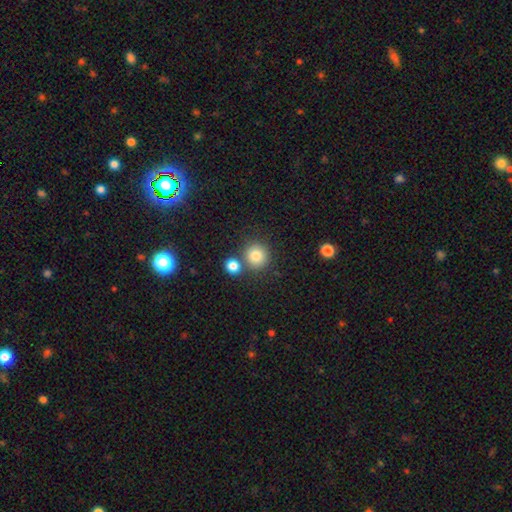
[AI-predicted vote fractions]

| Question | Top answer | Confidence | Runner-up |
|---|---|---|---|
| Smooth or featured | smooth | 82% | star or artifact (11%) |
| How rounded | round | 92% | in between (7%) |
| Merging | none | 72% | merger (17%) |